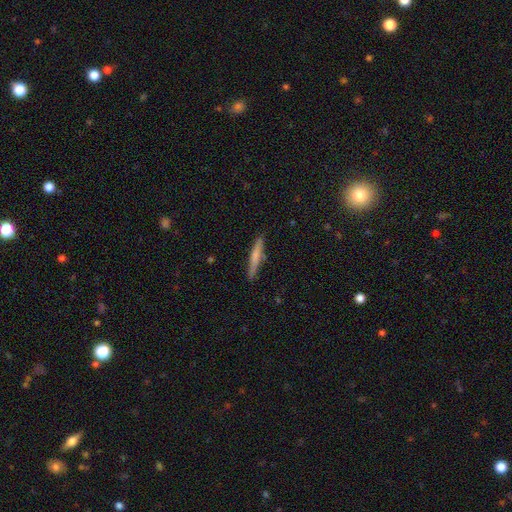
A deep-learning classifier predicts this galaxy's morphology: smooth-or-featured: smooth: 60% | featured or disk: 35% | star or artifact: 6%
  how-rounded: cigar-shaped: 94% | in between: 5% | round: 1%
  merging: none: 86% | minor disturbance: 11% | major disturbance: 2% | merger: 2%